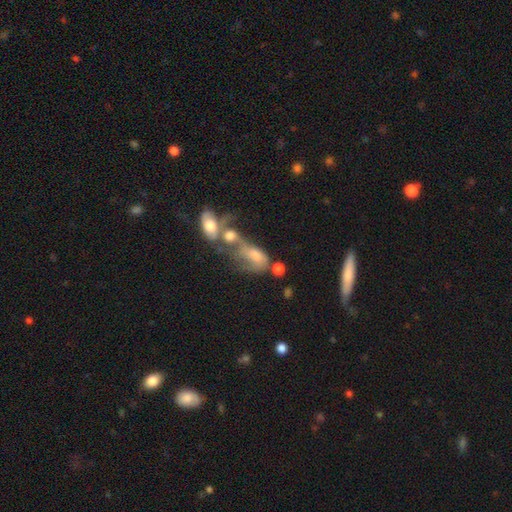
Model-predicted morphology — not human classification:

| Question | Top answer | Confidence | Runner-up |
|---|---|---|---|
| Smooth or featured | smooth | 54% | featured or disk (34%) |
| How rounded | in between | 83% | round (12%) |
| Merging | merger | 63% | major disturbance (19%) |